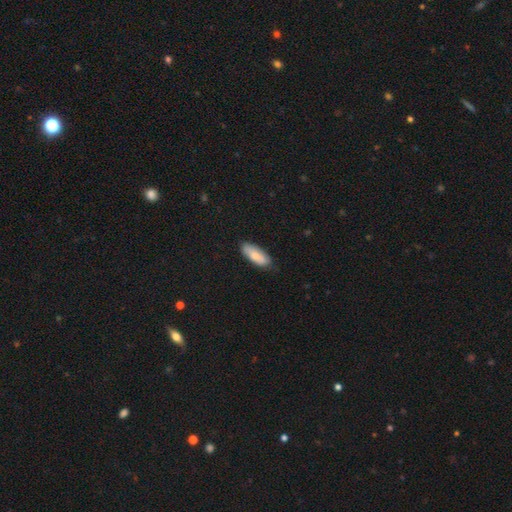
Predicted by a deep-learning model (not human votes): smooth 80%, featured or disk 15%, star or artifact 6%. Down the decision tree: how rounded — in between (75%); merging — none (78%).